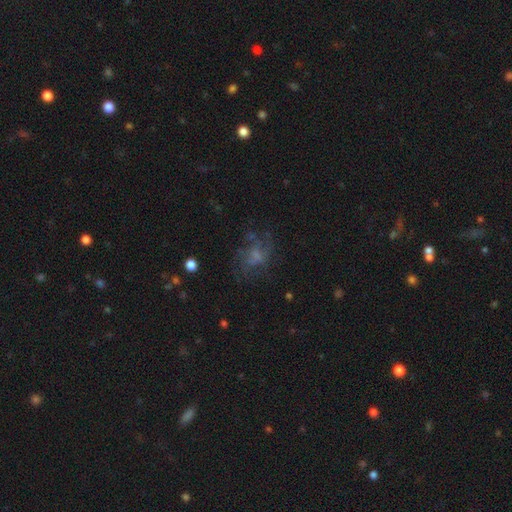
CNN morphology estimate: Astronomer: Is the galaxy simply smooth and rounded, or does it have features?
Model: featured or disk — 49% (runner-up: smooth, 33%).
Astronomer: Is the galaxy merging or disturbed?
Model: none — 53%.